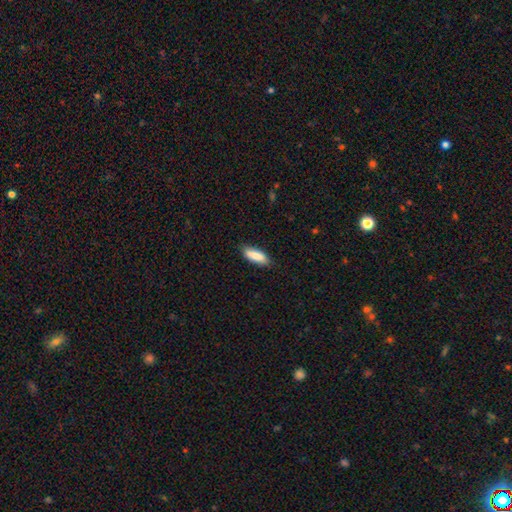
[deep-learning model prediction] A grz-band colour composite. It shows a smooth galaxy with no disk features (83%) that is in between round and cigar-shaped (63%). Merging: none (85%).